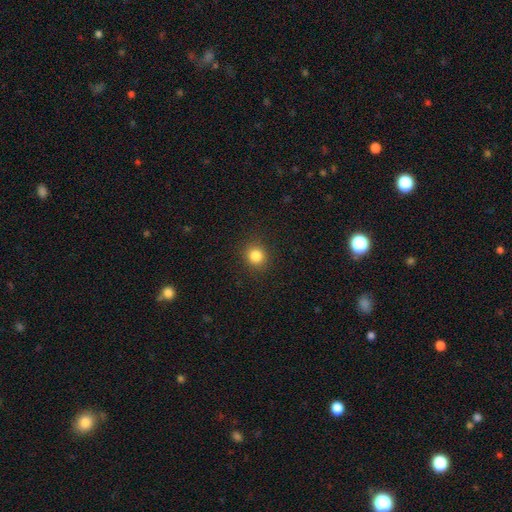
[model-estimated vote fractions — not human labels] The model was most divided on "smooth or featured": smooth: 84%, star or artifact: 12%, featured or disk: 5%. More confident: merging — none (91%); how rounded — round (87%).